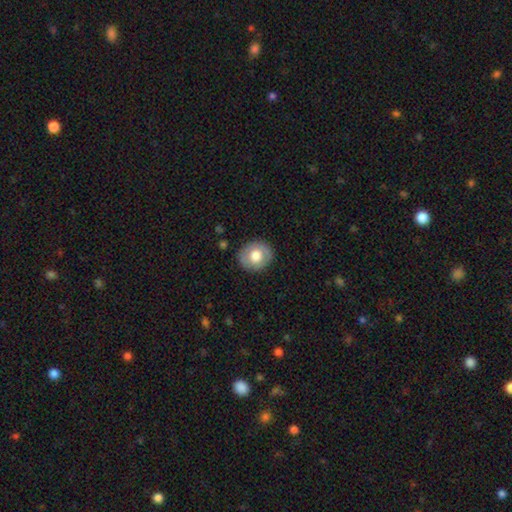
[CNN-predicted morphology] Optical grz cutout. It shows a smooth galaxy with no disk features (67%) that is round (72%). Merging: none (86%).